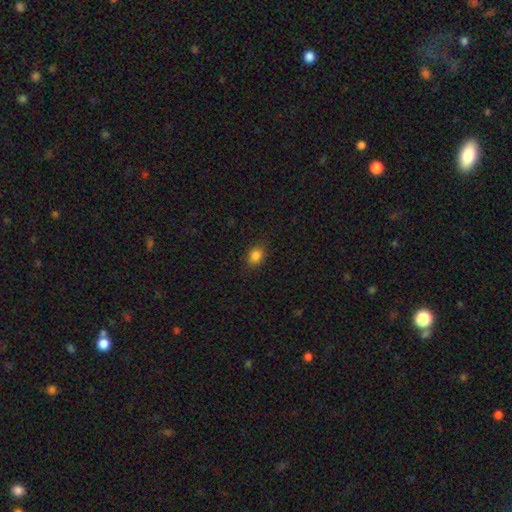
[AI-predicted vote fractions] Q: Smooth or featured?
A: smooth (85%); runner-up: star or artifact (11%)
Q: How rounded?
A: in between (63%); runner-up: round (36%)
Q: Merging?
A: none (86%); runner-up: minor disturbance (10%)